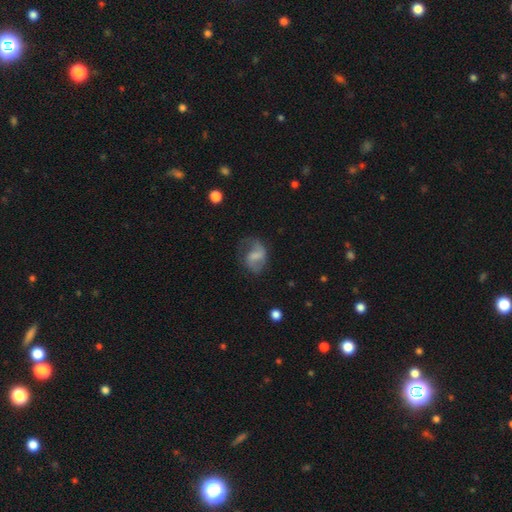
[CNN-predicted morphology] Smooth or featured? Predicted: featured or disk (p=0.55). Edge-on disk? Predicted: no (p=0.97). Bar? Predicted: weak (p=0.46). Spiral arms? Predicted: yes (p=0.79). Bulge size? Predicted: none (p=0.45). Merging? Predicted: none (p=0.52).